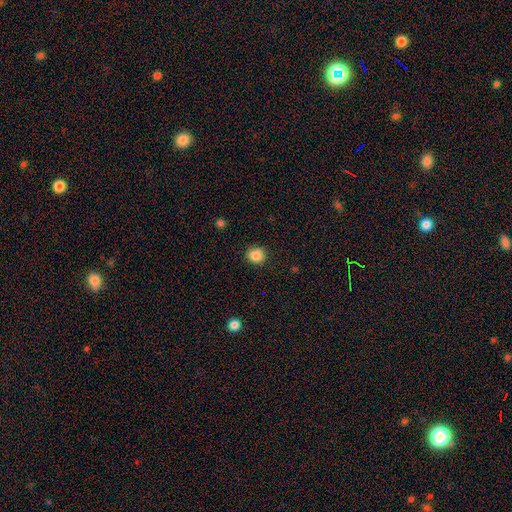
Smooth or featured? 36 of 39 (92%) said smooth. How rounded? 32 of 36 (89%) said round. Merging? 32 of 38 (84%) said none.